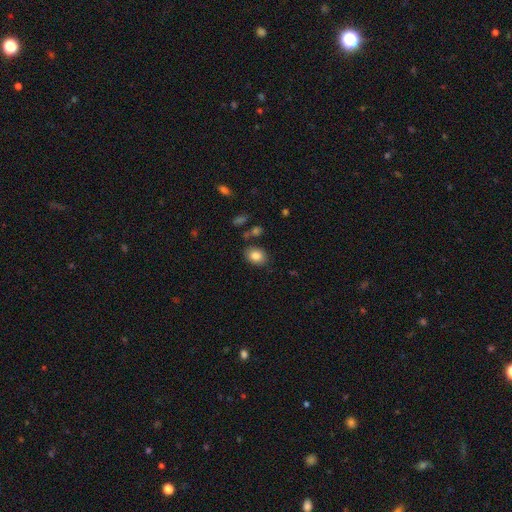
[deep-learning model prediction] Morphology: type=smooth (84%); roundness=in between (67%); merging=none (81%).